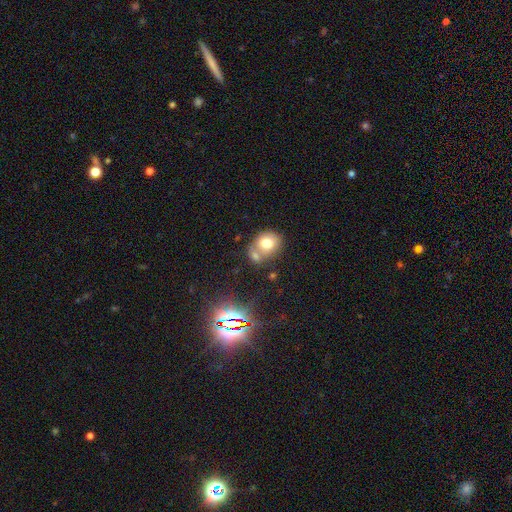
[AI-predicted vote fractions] This is likely a smooth galaxy (69%). How rounded: possibly round (57%). Merging: possibly merger (46%).